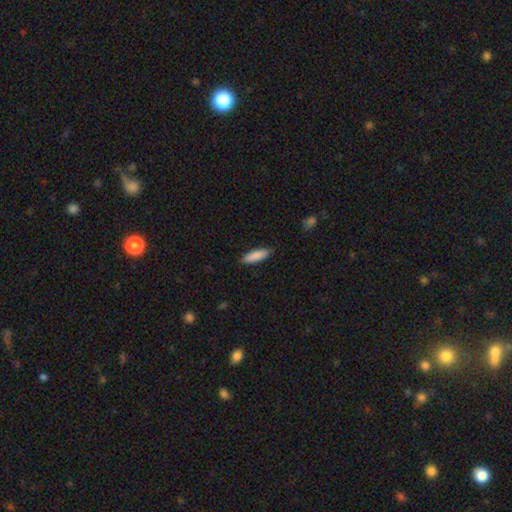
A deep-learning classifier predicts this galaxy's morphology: type=smooth (88%); roundness=cigar-shaped (56%); merging=none (87%).